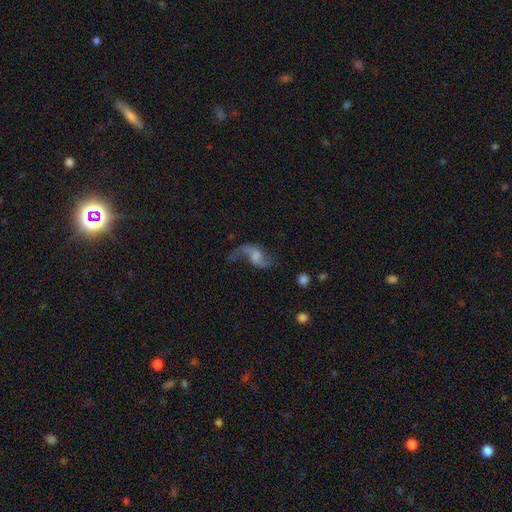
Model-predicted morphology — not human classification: This is clearly a featured or disk galaxy (82%). It is clearly not viewed edge-on (97%). Bar: possibly weak (47%). Spiral arm pattern: clearly yes (94%). Spiral arm count: clearly 2 (85%). Spiral winding: clearly loose (88%). Central bulge: marginally small (32%). Merging: possibly none (58%).